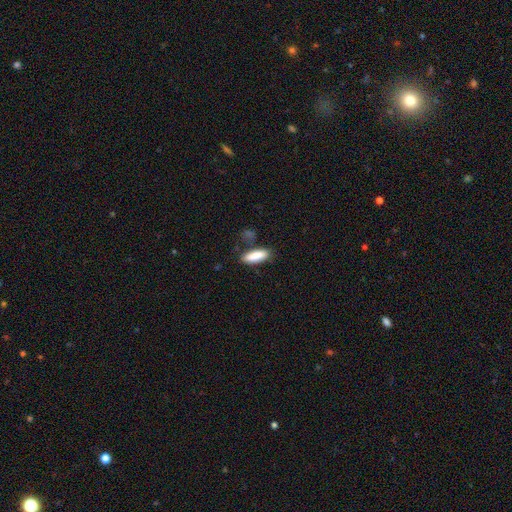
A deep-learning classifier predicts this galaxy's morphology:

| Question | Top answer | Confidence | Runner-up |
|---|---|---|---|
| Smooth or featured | smooth | 87% | featured or disk (7%) |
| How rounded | in between | 52% | cigar-shaped (46%) |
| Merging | none | 75% | minor disturbance (16%) |